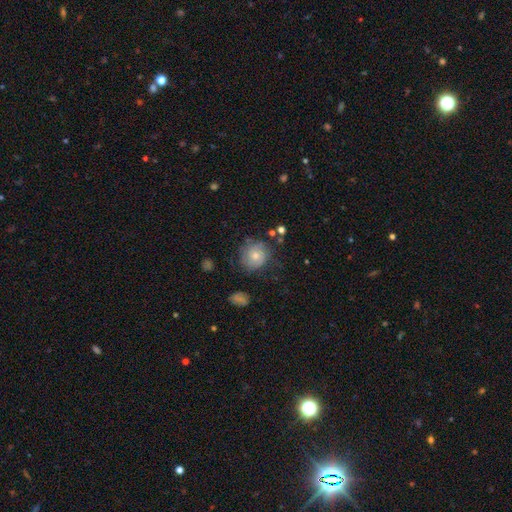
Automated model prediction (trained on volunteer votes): Morphology: type=smooth (64%); roundness=round (85%); merging=none (68%).